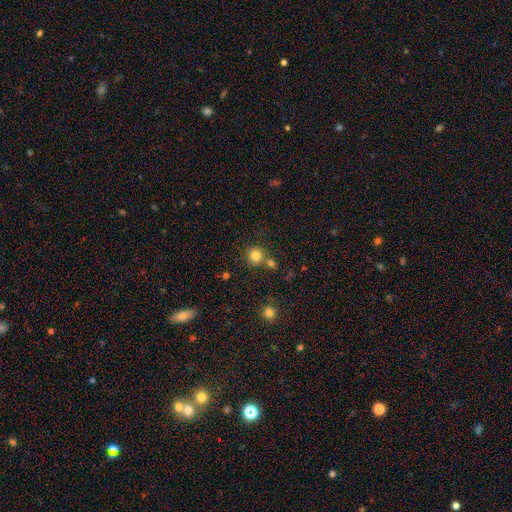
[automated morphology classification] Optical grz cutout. It shows a smooth galaxy with no disk features (82%) that is round (93%). Merging: none (71%).